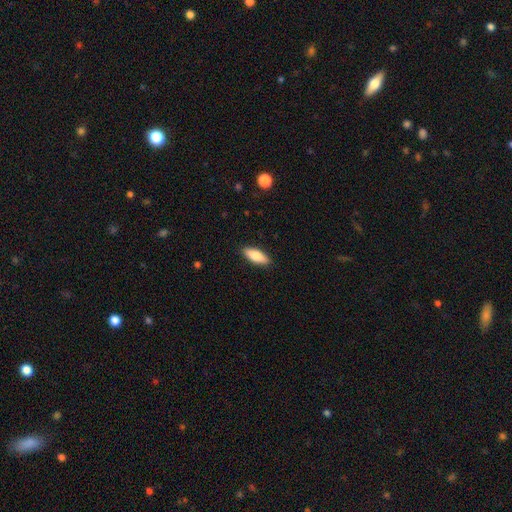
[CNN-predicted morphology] Smooth or featured: smooth — 79% (featured or disk — 15%)
How rounded: in between — 68% (cigar-shaped — 29%)
Merging: none — 90% (minor disturbance — 8%)